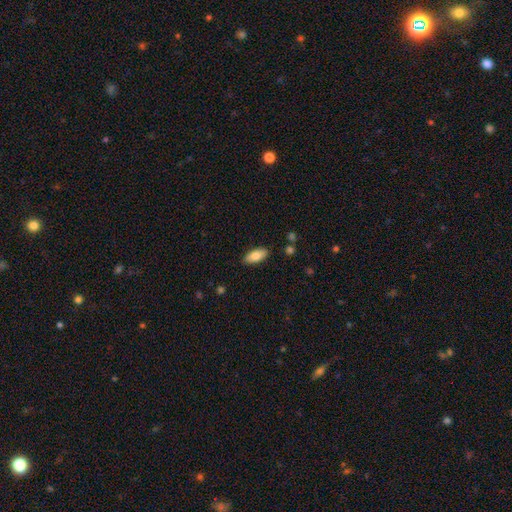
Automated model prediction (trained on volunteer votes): Morphology: type=smooth (83%); roundness=in between (86%); merging=none (86%).